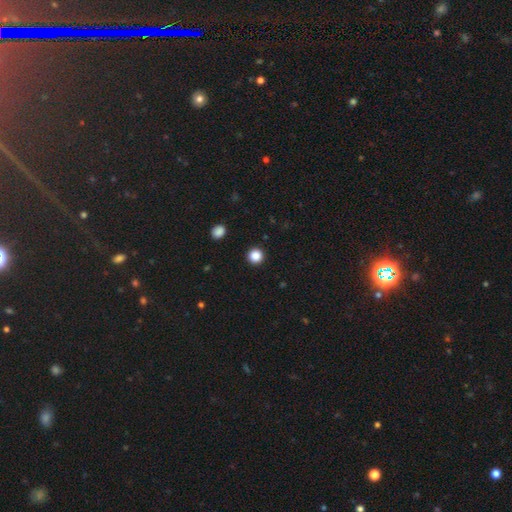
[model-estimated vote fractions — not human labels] A smooth galaxy with no disk features (86%) that is round (95%). Merging: none (93%).